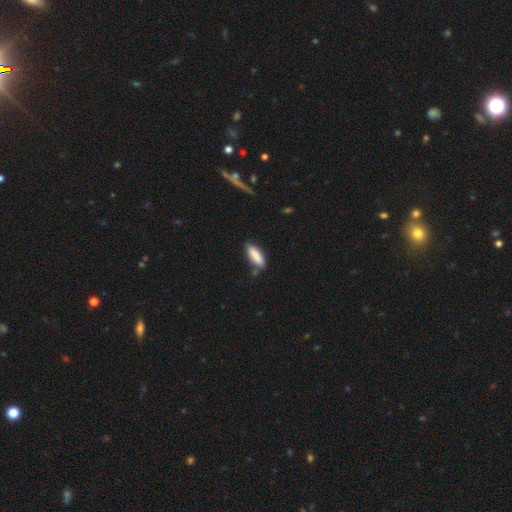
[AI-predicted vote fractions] Morphology: type=smooth (85%); roundness=in between (53%); merging=none (72%).